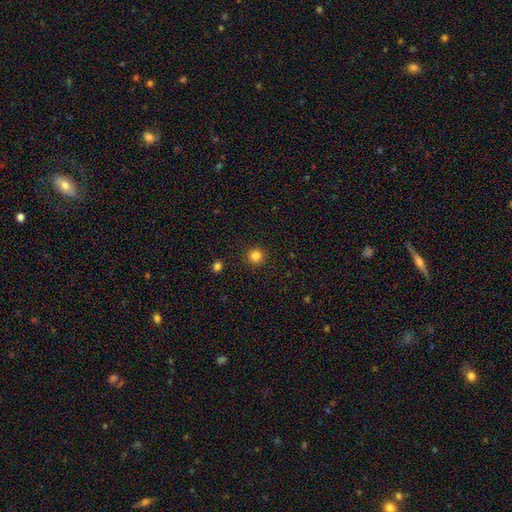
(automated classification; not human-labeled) Smooth or featured: smooth — 84% (star or artifact — 12%)
How rounded: round — 93% (in between — 6%)
Merging: none — 91% (minor disturbance — 6%)